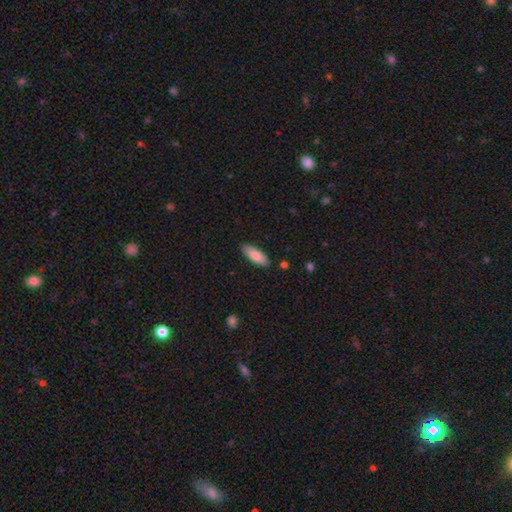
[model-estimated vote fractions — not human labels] A smooth galaxy with no disk features (86%) that is in between round and cigar-shaped (69%). Merging: none (87%).